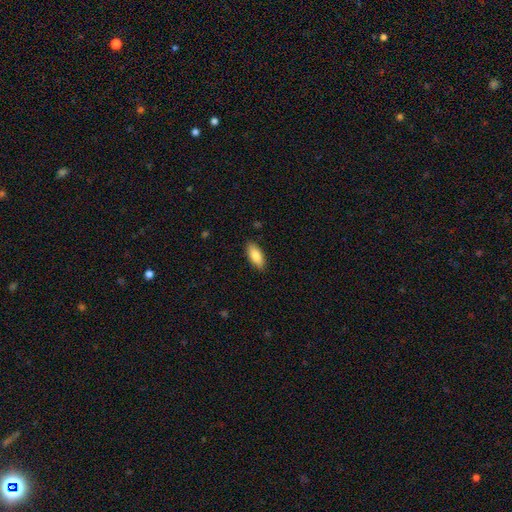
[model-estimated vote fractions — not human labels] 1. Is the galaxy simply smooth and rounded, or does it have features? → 83% smooth, 11% featured or disk, 6% star or artifact.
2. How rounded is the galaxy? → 80% in between, 19% cigar-shaped, 2% round.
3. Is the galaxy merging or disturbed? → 87% none, 10% minor disturbance, 2% major disturbance, 1% merger.